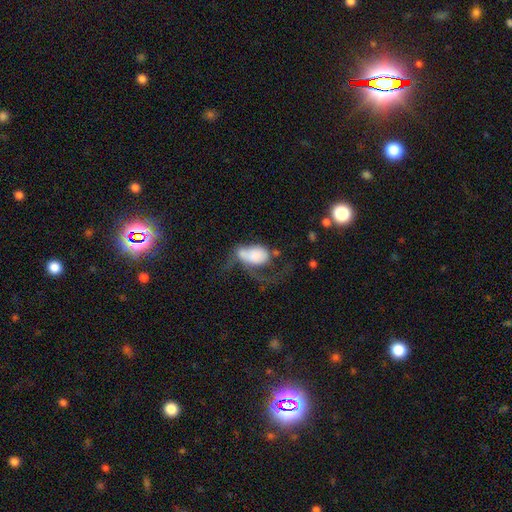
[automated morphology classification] smooth_or_featured: smooth (p=0.59) [alt: featured or disk p=0.33]
how_rounded: in between (p=0.87) [alt: round p=0.10]
merging: major disturbance (p=0.48) [alt: merger p=0.23]